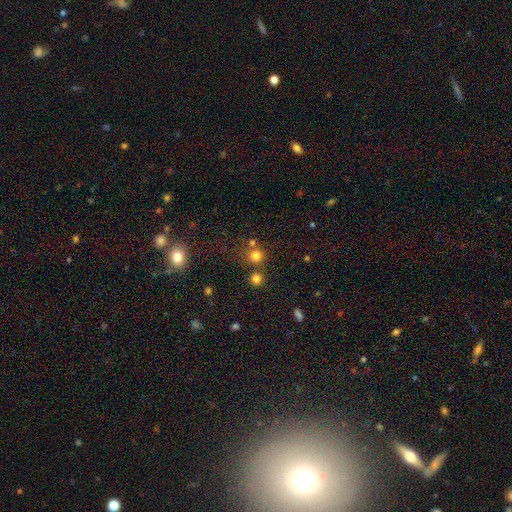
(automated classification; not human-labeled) This is likely a smooth galaxy (75%). How rounded: clearly round (92%). Merging: likely none (70%).